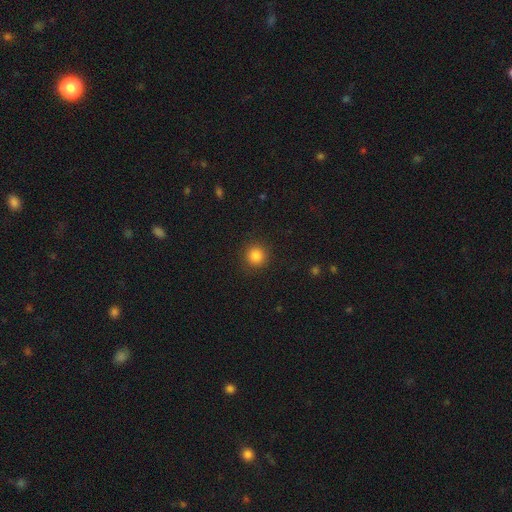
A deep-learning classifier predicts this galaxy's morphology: smooth_or_featured: smooth (p=0.85) [alt: star or artifact p=0.11]
how_rounded: round (p=0.94) [alt: in between p=0.05]
merging: none (p=0.90) [alt: minor disturbance p=0.06]